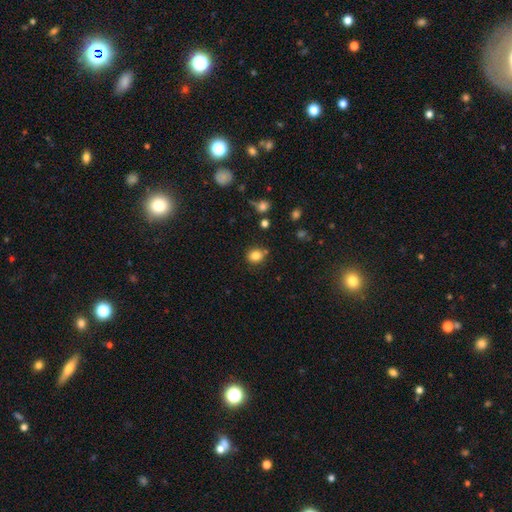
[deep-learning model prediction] Overall: smooth (82%). How rounded: round (71%). Merging: none (76%).